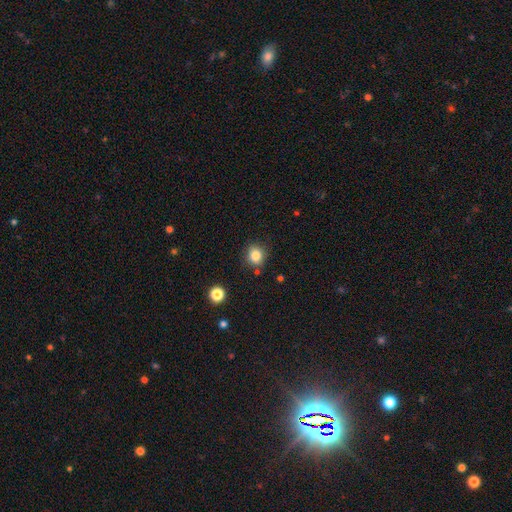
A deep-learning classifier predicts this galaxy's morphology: A smooth galaxy with no disk features (83%) that is round (79%). Merging: none (83%).